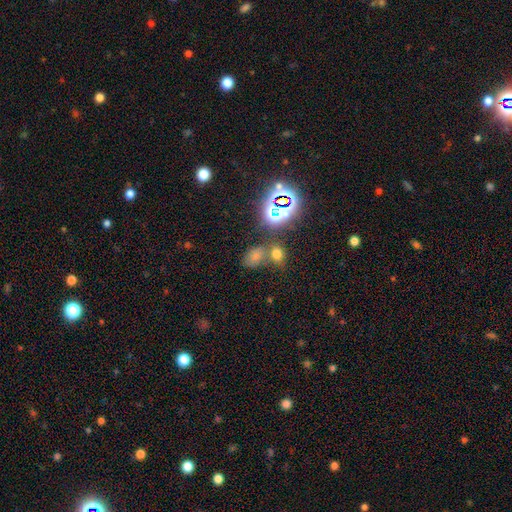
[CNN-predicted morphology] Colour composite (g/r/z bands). It shows a smooth galaxy with no disk features (57%) that is in between round and cigar-shaped (78%). Merging: none (52%).